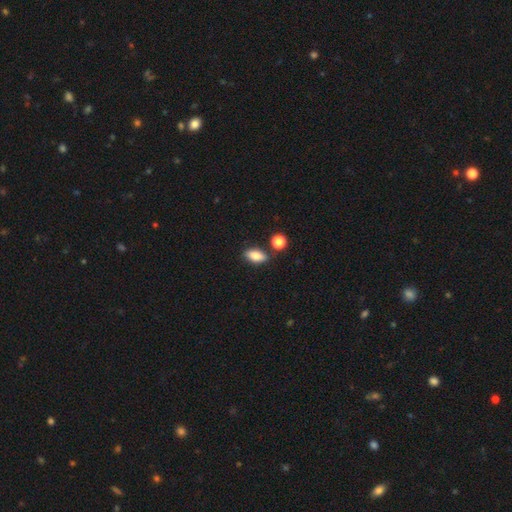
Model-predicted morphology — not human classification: Smooth or featured? Predicted: smooth (p=0.83). How rounded? Predicted: in between (p=0.86). Merging? Predicted: none (p=0.78).